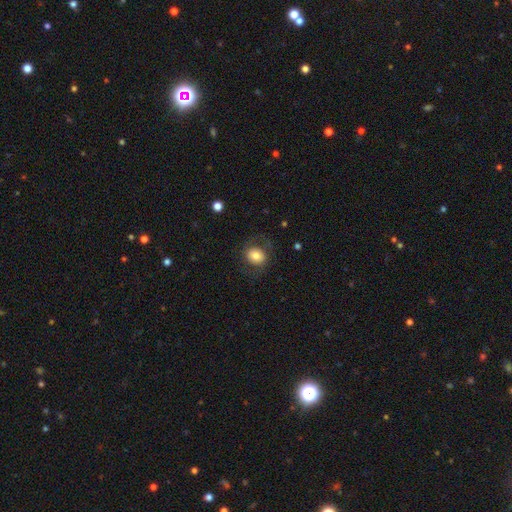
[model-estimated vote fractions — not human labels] Smooth or featured? smooth (74%)
How rounded? round (65%)
Merging? none (76%)